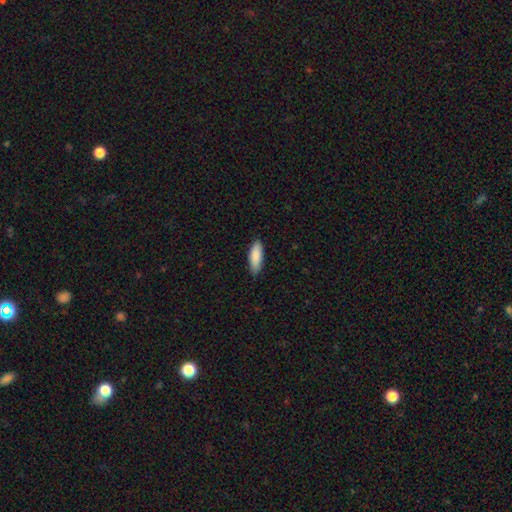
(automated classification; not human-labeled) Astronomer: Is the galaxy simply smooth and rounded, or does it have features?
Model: smooth — 88%.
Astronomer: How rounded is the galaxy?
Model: in between — 64%.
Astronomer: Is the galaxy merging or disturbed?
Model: none — 85%.